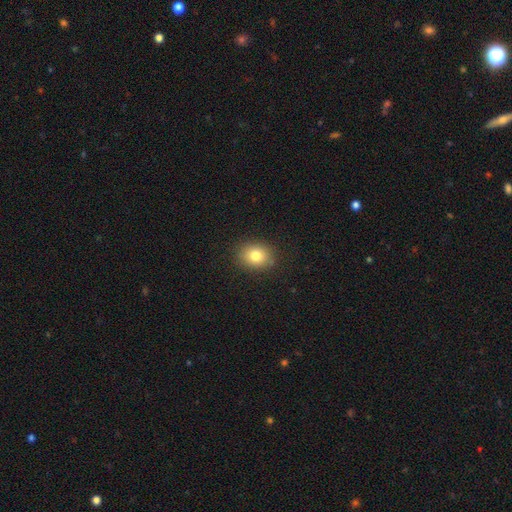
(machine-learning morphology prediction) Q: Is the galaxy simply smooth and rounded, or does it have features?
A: smooth — 80%.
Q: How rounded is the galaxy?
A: round — 54%.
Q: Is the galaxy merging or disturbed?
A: none — 87%.